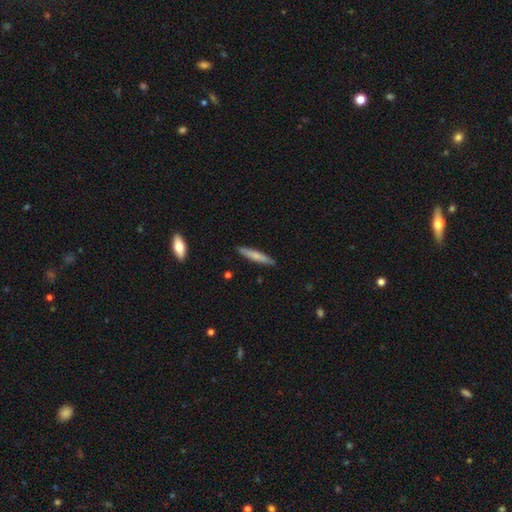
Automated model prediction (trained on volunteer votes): This appears to be a smooth galaxy with no disk features (70%) that is cigar-shaped (92%). Merging: none (88%).